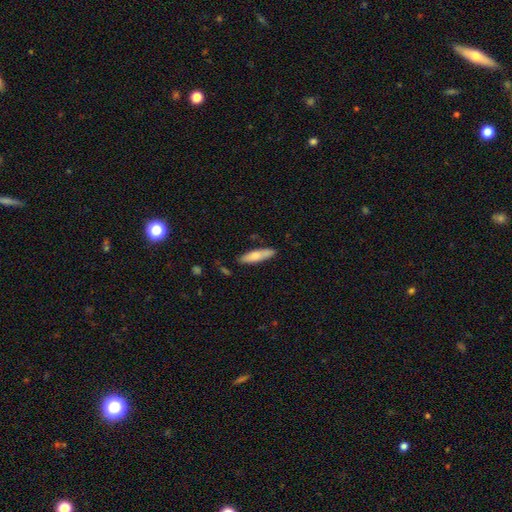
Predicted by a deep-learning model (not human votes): Smooth or featured? Predicted: smooth (p=0.72). How rounded? Predicted: cigar-shaped (p=0.69). Merging? Predicted: none (p=0.83).